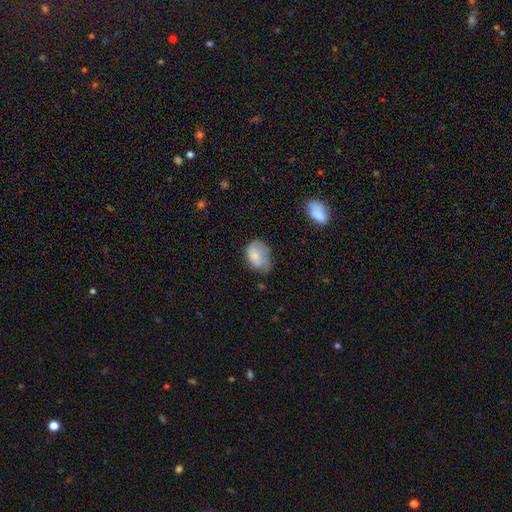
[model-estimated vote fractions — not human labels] smooth-or-featured: smooth: 77% | featured or disk: 16% | star or artifact: 8%
  how-rounded: in between: 78% | round: 21% | cigar-shaped: 1%
  merging: minor disturbance: 40% | none: 39% | major disturbance: 18% | merger: 3%